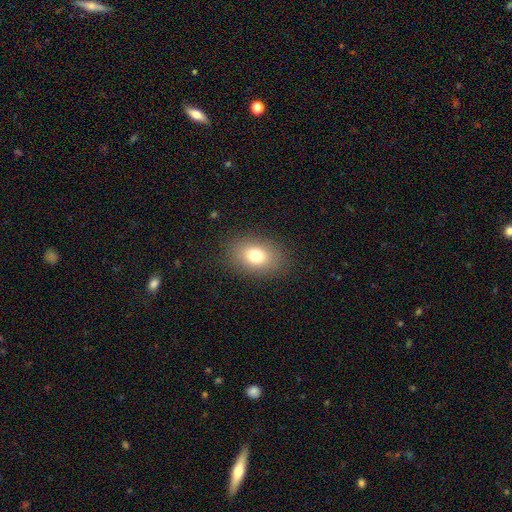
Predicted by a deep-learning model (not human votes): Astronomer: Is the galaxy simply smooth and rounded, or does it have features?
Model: smooth — 77%.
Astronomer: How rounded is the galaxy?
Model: in between — 74%.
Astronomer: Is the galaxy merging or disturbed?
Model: none — 86%.